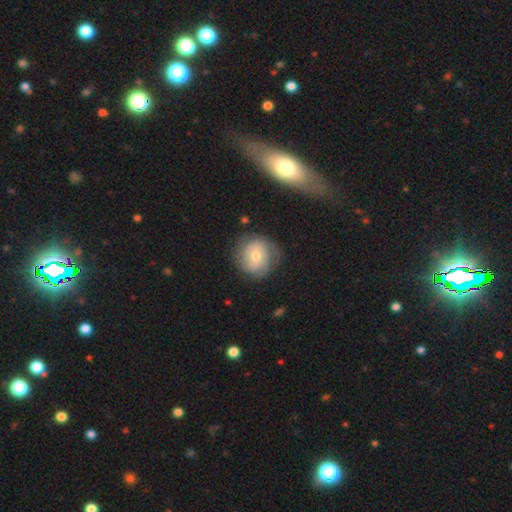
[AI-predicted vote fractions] smooth-or-featured: featured or disk: 58% | smooth: 35% | star or artifact: 6%
  disk-edge-on: no: 97% | yes: 3%
    bar: no: 67% | weak: 27% | strong: 5%
    has-spiral-arms: yes: 77% | no: 23%
    bulge-size: moderate: 69% | small: 24% | large: 5% | none: 1% | dominant: 1%
  merging: none: 73% | minor disturbance: 18% | major disturbance: 7% | merger: 2%